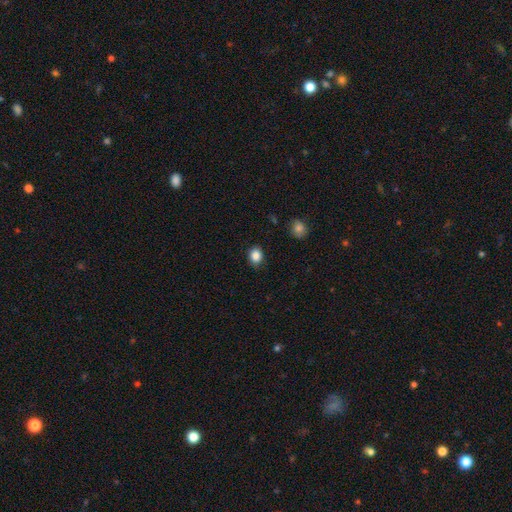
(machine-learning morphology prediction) This appears to be a smooth galaxy with no disk features (86%) that is round (55%). Merging: none (84%).